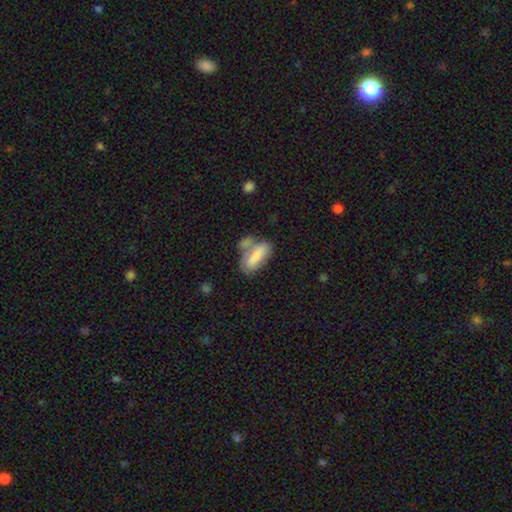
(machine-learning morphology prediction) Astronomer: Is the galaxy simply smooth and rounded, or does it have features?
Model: smooth — 77%.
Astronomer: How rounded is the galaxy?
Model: in between — 74%.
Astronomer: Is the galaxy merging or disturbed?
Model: merger — 39% (runner-up: none, 34%).